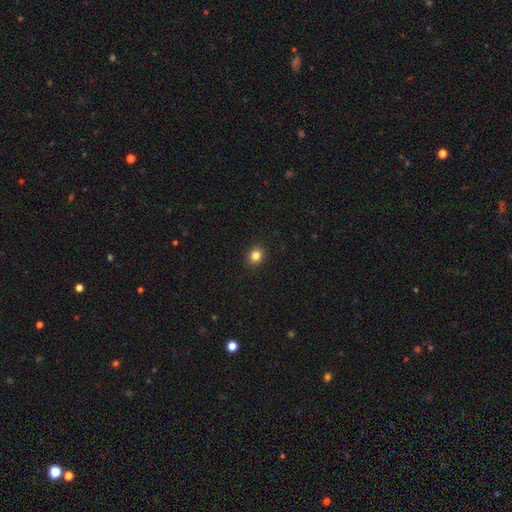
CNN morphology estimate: type=smooth (83%); roundness=round (73%); merging=none (92%).